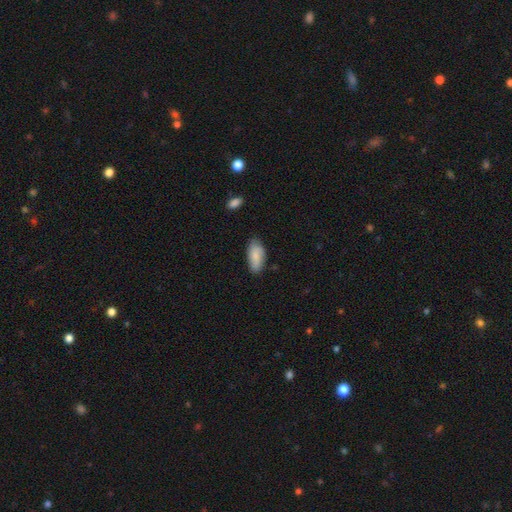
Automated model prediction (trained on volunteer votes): This is likely a smooth galaxy (80%). How rounded: clearly in between (89%). Merging: likely none (71%).